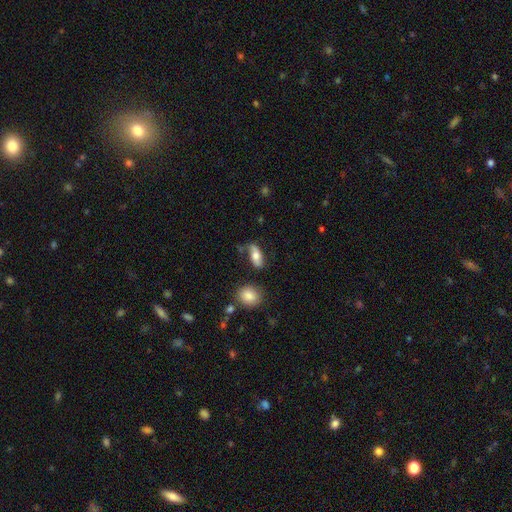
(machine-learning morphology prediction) Smooth or featured?
  - smooth: 64% *
  - featured or disk: 28%
  - star or artifact: 8%
How rounded?
  - in between: 84% *
  - cigar-shaped: 11%
  - round: 4%
Merging?
  - none: 55% *
  - minor disturbance: 26%
  - major disturbance: 13%
  - merger: 6%